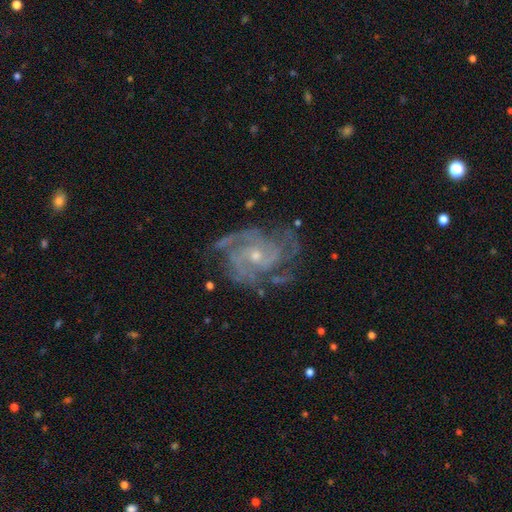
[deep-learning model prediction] smooth_or_featured: featured or disk (p=0.89) [alt: star or artifact p=0.06]
disk_edge_on: no (p=0.98) [alt: yes p=0.02]
bar: no (p=0.69) [alt: weak p=0.26]
has_spiral_arms: yes (p=0.96) [alt: no p=0.04]
spiral_winding: tight (p=0.50) [alt: medium p=0.42]
spiral_arm_count: 3 (p=0.32) [alt: can't tell p=0.20]
bulge_size: small (p=0.62) [alt: moderate p=0.34]
merging: none (p=0.65) [alt: minor disturbance p=0.21]